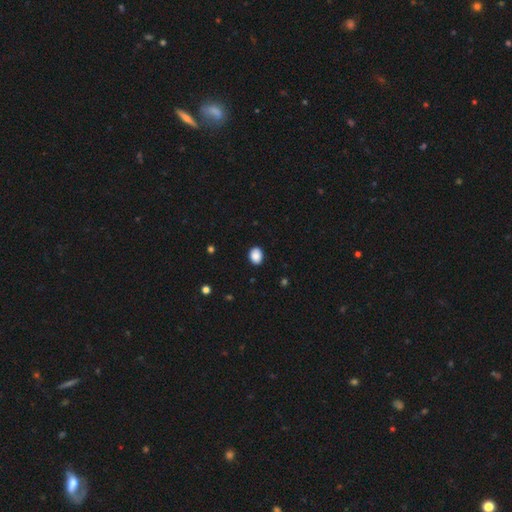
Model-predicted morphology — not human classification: Smooth or featured: smooth — 88% (star or artifact — 8%)
How rounded: in between — 59% (round — 40%)
Merging: none — 89% (minor disturbance — 8%)